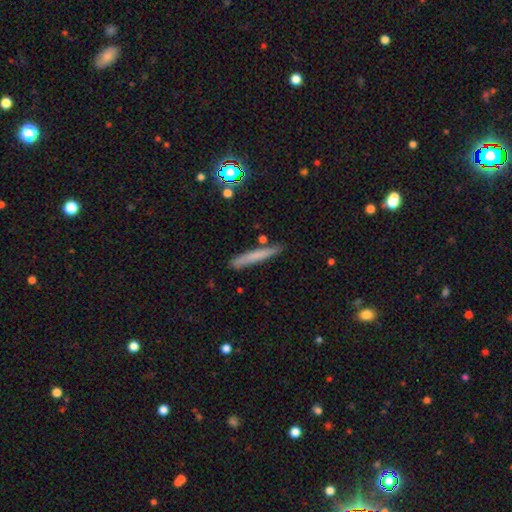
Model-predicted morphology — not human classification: This is likely a smooth galaxy (66%). How rounded: clearly cigar-shaped (95%). Merging: clearly none (82%).